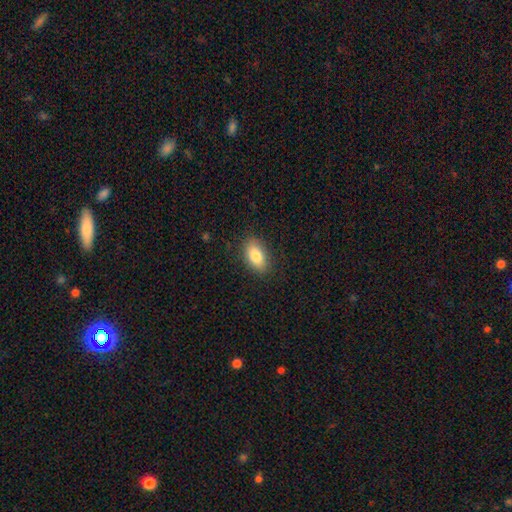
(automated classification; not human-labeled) A smooth galaxy with no disk features (82%) that is in between round and cigar-shaped (91%). Merging: none (86%).